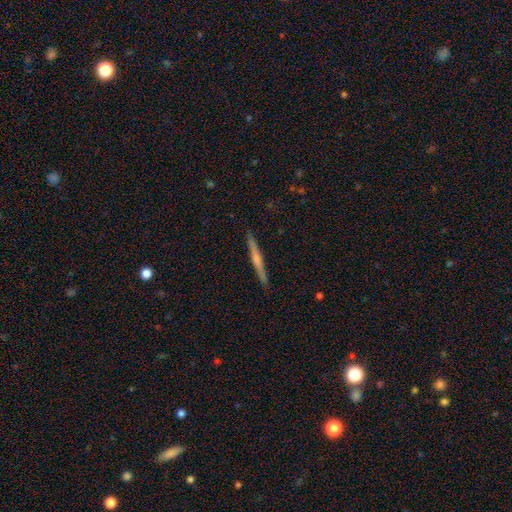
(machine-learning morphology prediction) smooth_or_featured: featured or disk (p=0.64) [alt: smooth p=0.30]
disk_edge_on: yes (p=0.98) [alt: no p=0.02]
edge_on_bulge: rounded (p=0.55) [alt: none p=0.33]
merging: none (p=0.92) [alt: minor disturbance p=0.06]